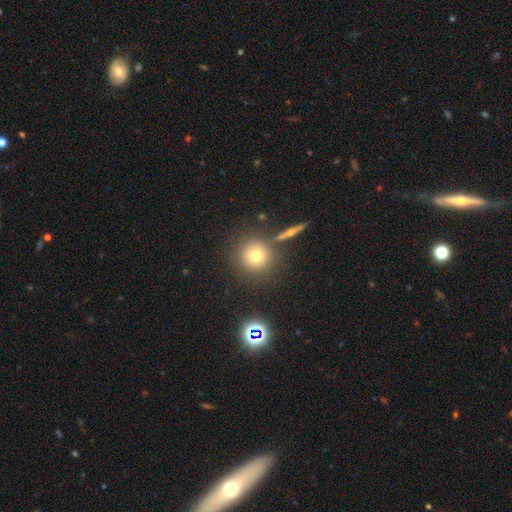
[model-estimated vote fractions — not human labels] Smooth or featured? Predicted: smooth (p=0.70). How rounded? Predicted: round (p=0.93). Merging? Predicted: none (p=0.81).